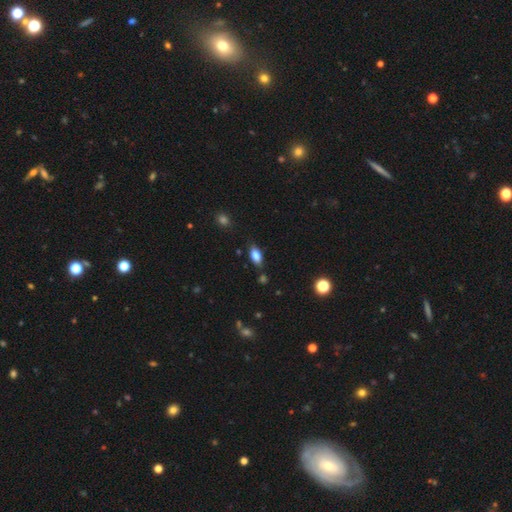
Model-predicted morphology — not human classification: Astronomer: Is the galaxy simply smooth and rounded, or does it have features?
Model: smooth — 81%.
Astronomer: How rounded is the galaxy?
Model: in between — 88%.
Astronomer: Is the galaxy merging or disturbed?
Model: none — 79%.